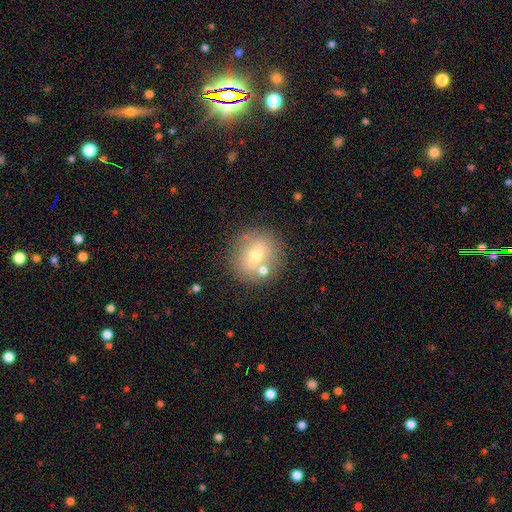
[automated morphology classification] Smooth or featured? smooth (52%)
How rounded? round (79%)
Merging? none (76%)